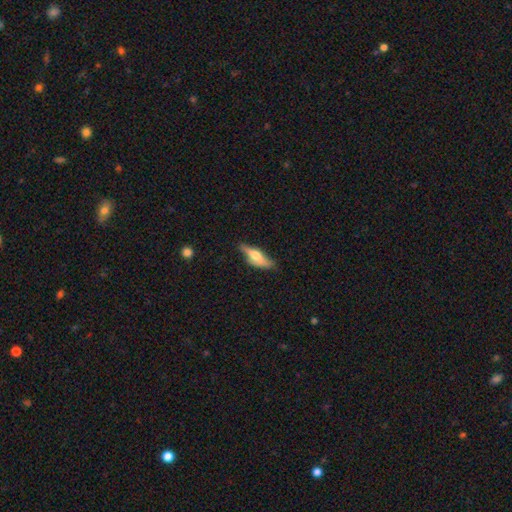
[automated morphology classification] Smooth or featured? Predicted: smooth (p=0.47). Merging? Predicted: none (p=0.58).